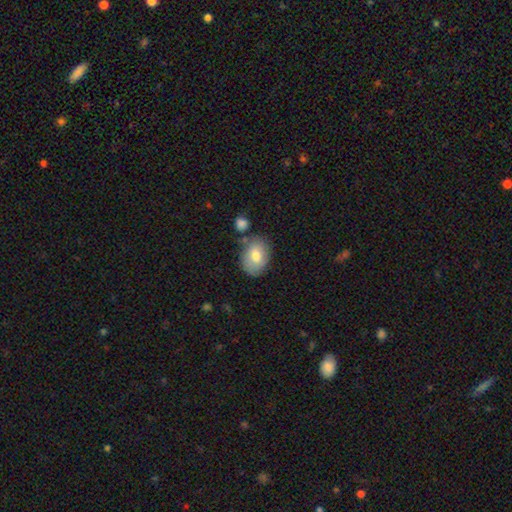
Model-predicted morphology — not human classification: smooth-or-featured: smooth: 72% | featured or disk: 21% | star or artifact: 7%
  how-rounded: in between: 77% | round: 21% | cigar-shaped: 1%
  merging: none: 68% | minor disturbance: 18% | merger: 9% | major disturbance: 5%